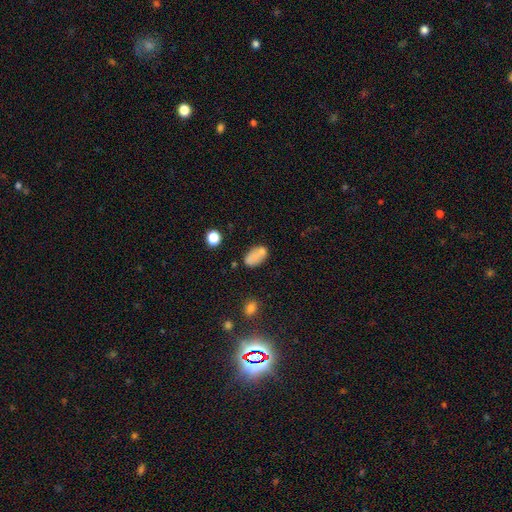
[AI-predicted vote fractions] Smooth or featured?
  - smooth: 78% *
  - featured or disk: 12%
  - star or artifact: 11%
How rounded?
  - in between: 90% *
  - round: 7%
  - cigar-shaped: 2%
Merging?
  - none: 62% *
  - minor disturbance: 19%
  - merger: 12%
  - major disturbance: 7%